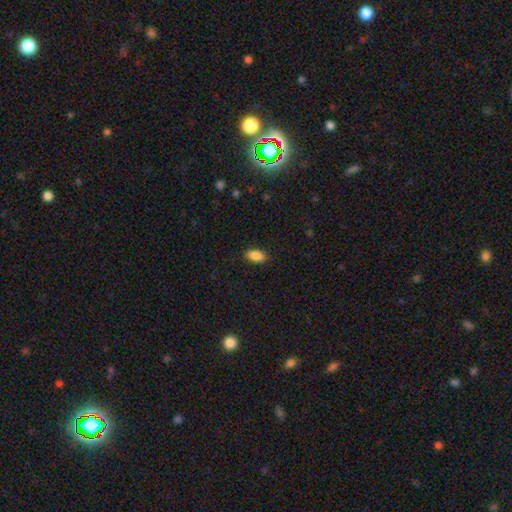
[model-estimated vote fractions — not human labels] Q: Smooth or featured?
A: smooth (87%); runner-up: star or artifact (8%)
Q: How rounded?
A: in between (91%); runner-up: cigar-shaped (5%)
Q: Merging?
A: none (88%); runner-up: minor disturbance (9%)